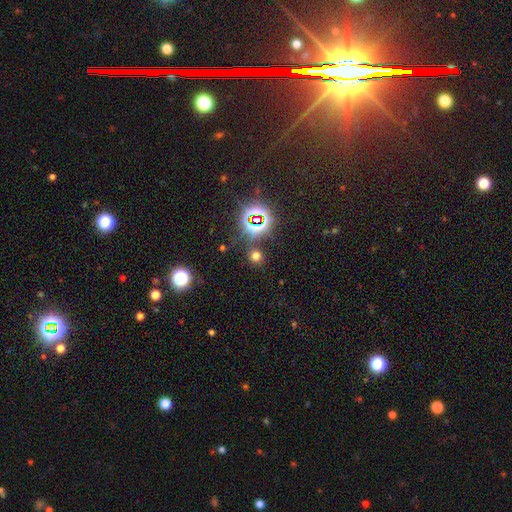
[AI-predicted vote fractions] This is possibly a smooth galaxy (58%). How rounded: clearly round (84%). Merging: clearly none (83%).